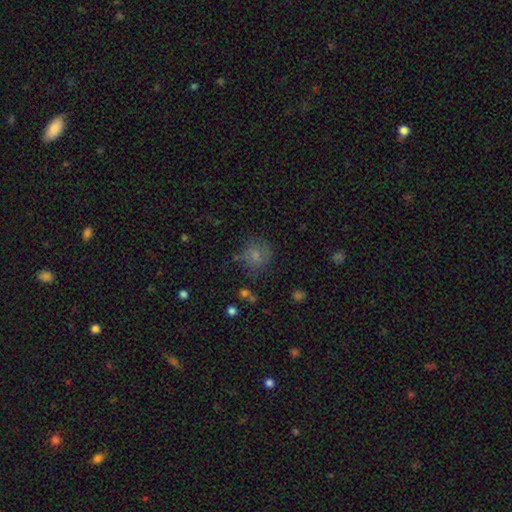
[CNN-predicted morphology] smooth 72%, featured or disk 16%, star or artifact 13%. Down the decision tree: how rounded — round (81%); merging — none (68%).